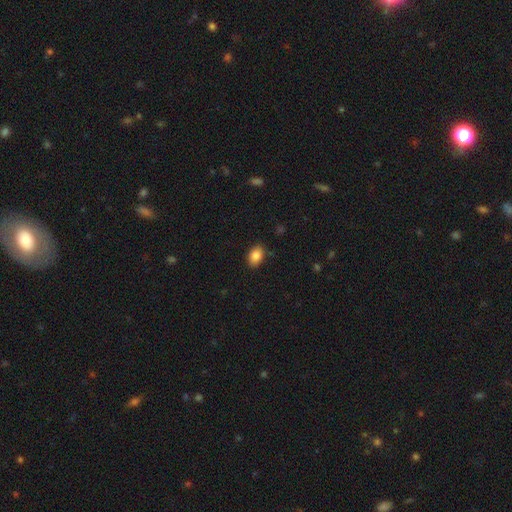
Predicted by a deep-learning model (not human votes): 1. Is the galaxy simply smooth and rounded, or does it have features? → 86% smooth, 8% star or artifact, 6% featured or disk.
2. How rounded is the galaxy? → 81% in between, 18% round, 1% cigar-shaped.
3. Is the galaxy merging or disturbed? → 86% none, 10% minor disturbance, 2% major disturbance, 1% merger.